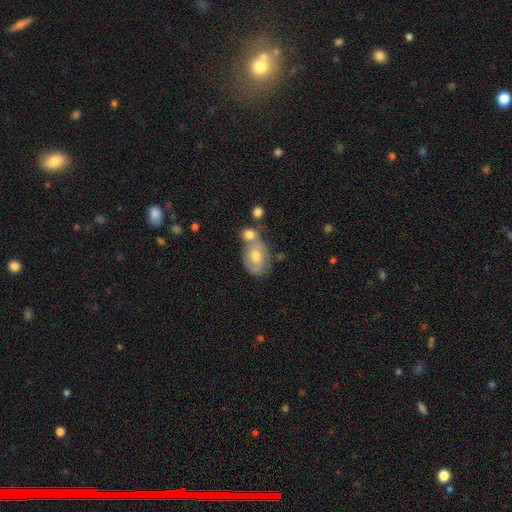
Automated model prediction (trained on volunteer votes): smooth_or_featured: smooth (p=0.56) [alt: featured or disk p=0.36]
how_rounded: in between (p=0.73) [alt: round p=0.25]
merging: merger (p=0.39) [tied with: none p=0.39]